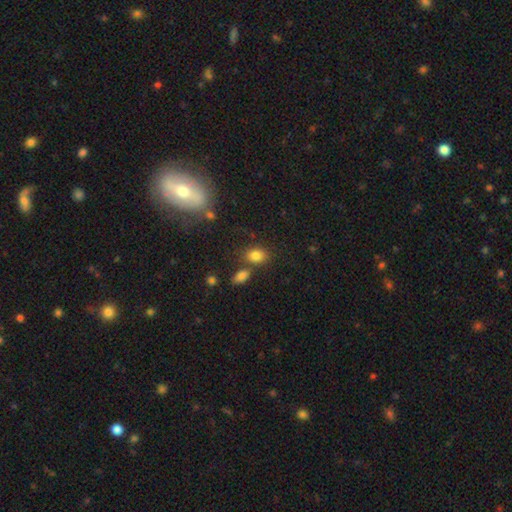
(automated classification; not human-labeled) Morphology: type=smooth (82%); roundness=in between (73%); merging=none (64%).